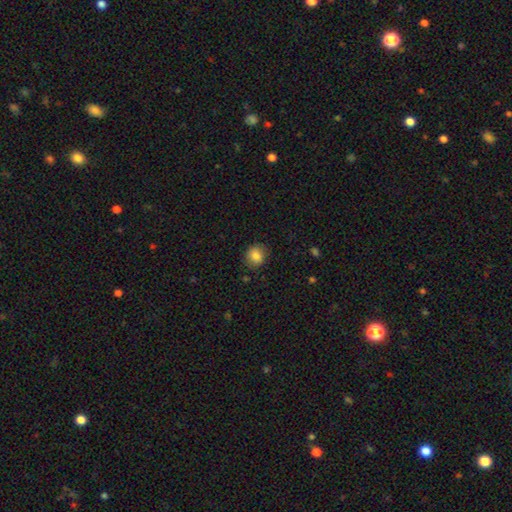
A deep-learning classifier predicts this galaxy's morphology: smooth-or-featured: smooth: 84% | star or artifact: 9% | featured or disk: 7%
  how-rounded: round: 75% | in between: 24% | cigar-shaped: 1%
  merging: none: 83% | minor disturbance: 13% | major disturbance: 3% | merger: 1%